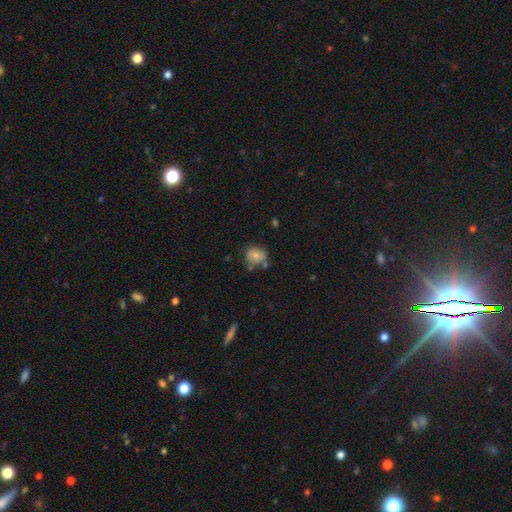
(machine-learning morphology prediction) smooth_or_featured: smooth (p=0.73) [alt: featured or disk p=0.17]
how_rounded: round (p=0.70) [alt: in between p=0.29]
merging: none (p=0.62) [alt: minor disturbance p=0.22]